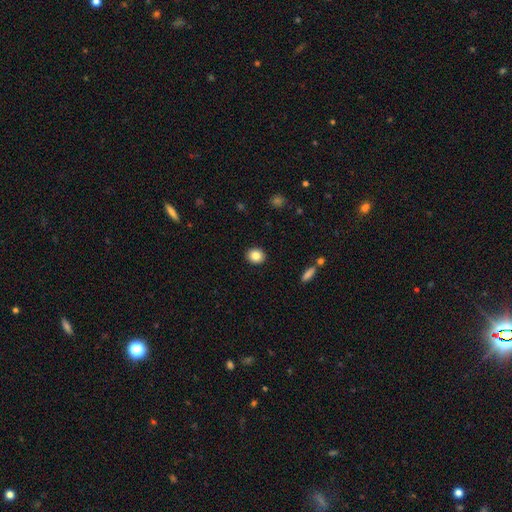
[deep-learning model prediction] Smooth or featured? Predicted: smooth (p=0.84). How rounded? Predicted: round (p=0.76). Merging? Predicted: none (p=0.92).